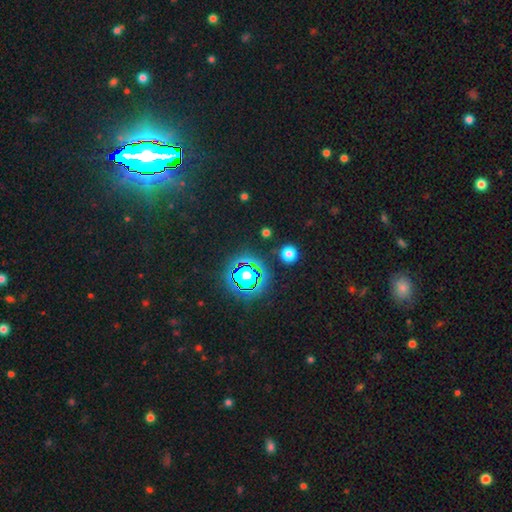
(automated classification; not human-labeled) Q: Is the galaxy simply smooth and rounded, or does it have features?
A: star or artifact — 83%.